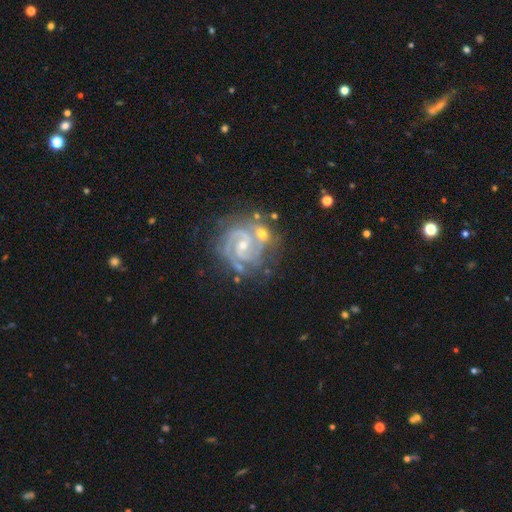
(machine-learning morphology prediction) featured or disk 92%, star or artifact 5%, smooth 3%. Down the decision tree: edge-on disk — no (98%); bar — no (48%); spiral arms — yes (99%); spiral arm count — 2 (64%); spiral winding — tight (62%); bulge size — small (61%); merging — none (56%).